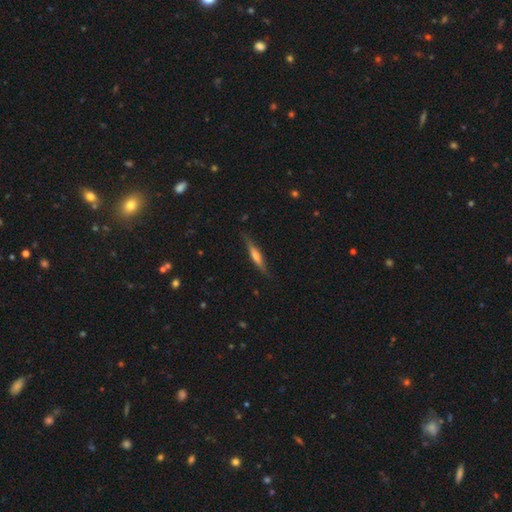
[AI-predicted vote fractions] A featured or disk galaxy (67%) viewed edge-on (96%) with a rounded central bulge (71%).

Vote fractions:
- Smooth or featured? featured or disk: 67% / smooth: 27% / star or artifact: 6%
- Edge-on disk? yes: 96% / no: 4%
- Edge-on bulge? rounded: 71% / boxy: 16% / none: 13%
- Merging? none: 85% / minor disturbance: 12% / major disturbance: 2% / merger: 1%